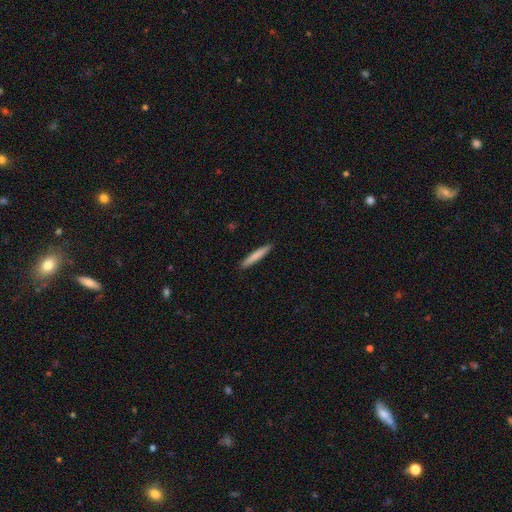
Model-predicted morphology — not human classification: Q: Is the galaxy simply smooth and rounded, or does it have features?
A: smooth — 79%.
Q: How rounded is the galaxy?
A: cigar-shaped — 95%.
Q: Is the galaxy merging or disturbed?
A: none — 92%.